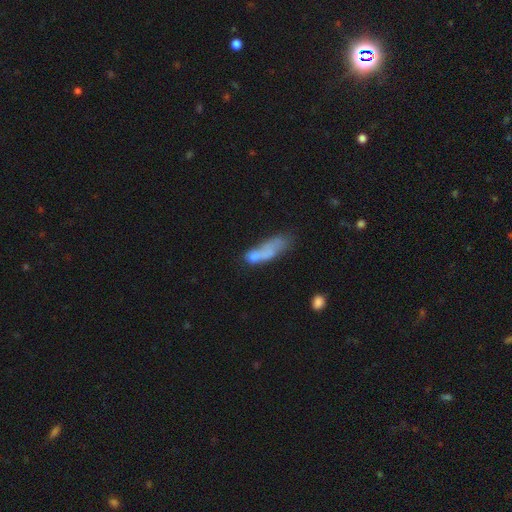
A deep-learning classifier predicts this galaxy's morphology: A smooth galaxy with no disk features (60%) that is cigar-shaped (48%).

Vote fractions:
- Smooth or featured? smooth: 60% / featured or disk: 29% / star or artifact: 11%
- How rounded? cigar-shaped: 48% / in between: 47% / round: 5%
- Merging? merger: 29% / none: 28% / major disturbance: 23% / minor disturbance: 20%